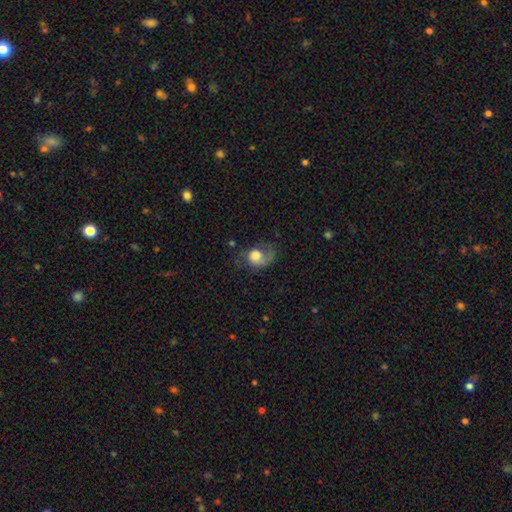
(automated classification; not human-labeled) A featured or disk galaxy (46%, tied with smooth).

Vote fractions:
- Smooth or featured? featured or disk: 46% (tied) / smooth: 46% (tied) / star or artifact: 8%
- Merging? none: 40% / major disturbance: 35% / minor disturbance: 23% / merger: 3%